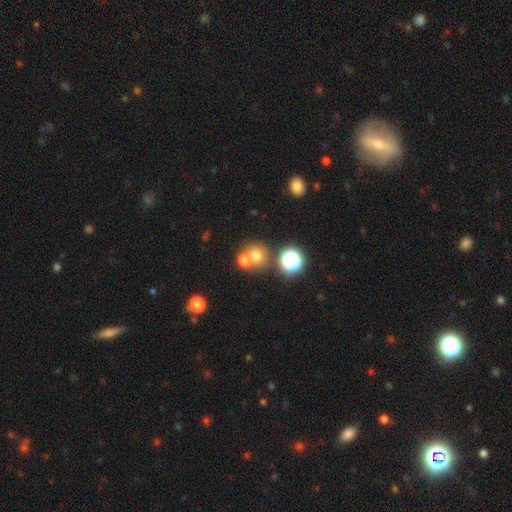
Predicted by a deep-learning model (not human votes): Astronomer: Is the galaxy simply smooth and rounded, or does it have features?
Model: smooth — 68%.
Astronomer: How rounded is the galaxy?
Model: round — 84%.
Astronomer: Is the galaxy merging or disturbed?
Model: none — 51% (runner-up: merger, 38%).